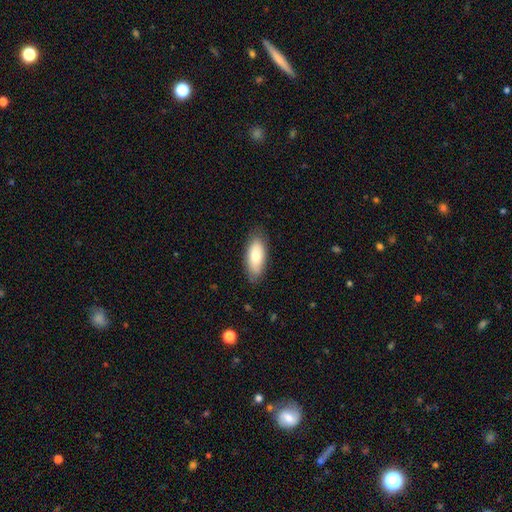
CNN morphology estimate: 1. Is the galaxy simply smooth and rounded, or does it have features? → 79% smooth, 15% featured or disk, 6% star or artifact.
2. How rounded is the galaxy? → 84% in between, 14% cigar-shaped, 2% round.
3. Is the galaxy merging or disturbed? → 82% none, 14% minor disturbance, 3% major disturbance, 1% merger.